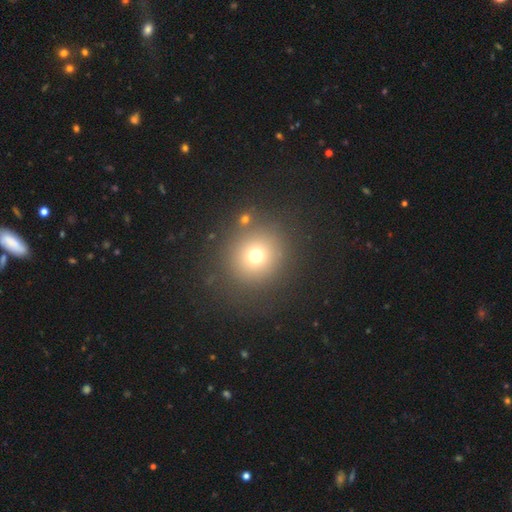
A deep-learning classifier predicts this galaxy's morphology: The model was most divided on "smooth or featured": smooth: 71%, star or artifact: 19%, featured or disk: 11%. More confident: how rounded — round (92%); merging — none (83%).